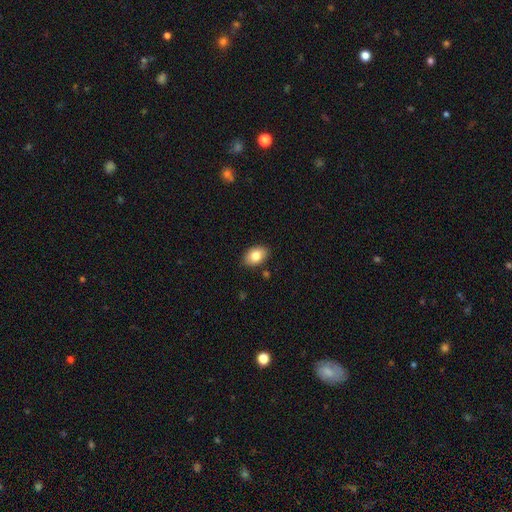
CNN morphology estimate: A smooth galaxy with no disk features (81%) that is in between round and cigar-shaped (85%).

Vote fractions:
- Smooth or featured? smooth: 81% / featured or disk: 11% / star or artifact: 8%
- How rounded? in between: 85% / round: 14% / cigar-shaped: 1%
- Merging? none: 87% / minor disturbance: 10% / major disturbance: 2% / merger: 2%